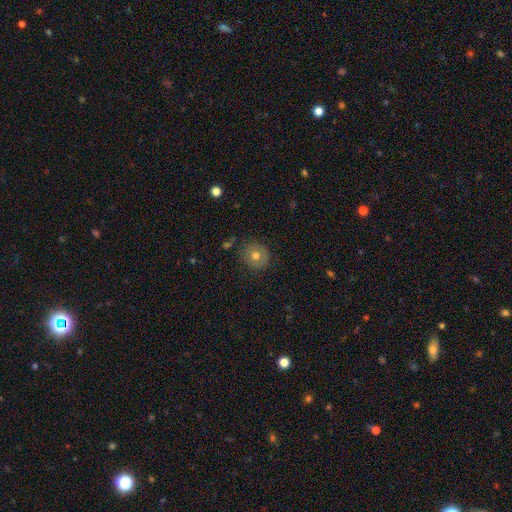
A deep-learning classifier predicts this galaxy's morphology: This is likely a smooth galaxy (69%). How rounded: clearly round (88%). Merging: clearly none (83%).